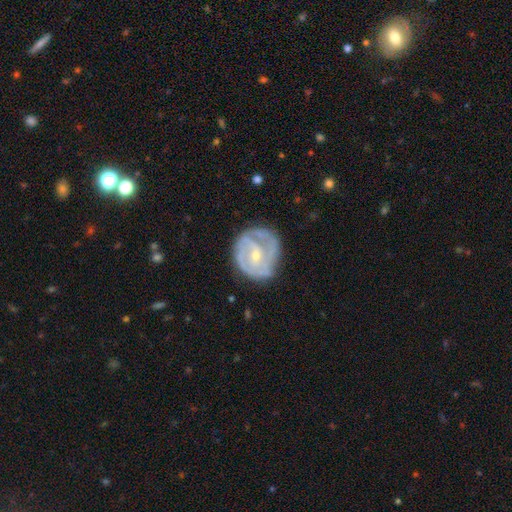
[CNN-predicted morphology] A featured or disk galaxy (80%) with no bar (45%), 2 (39%) tight (55%) spiral arms (87%) and a small central bulge (65%).

Vote fractions:
- Smooth or featured? featured or disk: 80% / smooth: 15% / star or artifact: 5%
- Edge-on disk? no: 97% / yes: 3%
- Bar? no: 45% / weak: 40% / strong: 15%
- Spiral arms? yes: 87% / no: 13%
- Spiral winding? tight: 55% / medium: 34% / loose: 10%
- Spiral arm count? 2: 39% / can't tell: 28% / 3: 19% / 1: 7% / 4: 4% / more than 4: 3%
- Bulge size? small: 65% / moderate: 32% / none: 1% / large: 1% / dominant: 1%
- Merging? none: 65% / minor disturbance: 23% / major disturbance: 11% / merger: 2%